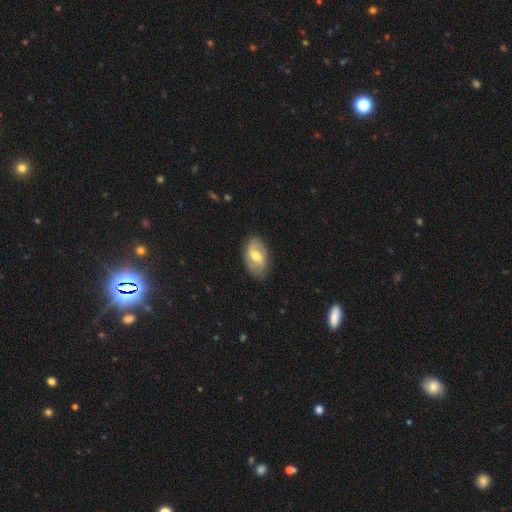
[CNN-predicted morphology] type=featured or disk (60%); edge-on=no (95%); bar=weak (54%); spiral arms=yes (80%); bulge=moderate (66%); merging=none (82%).